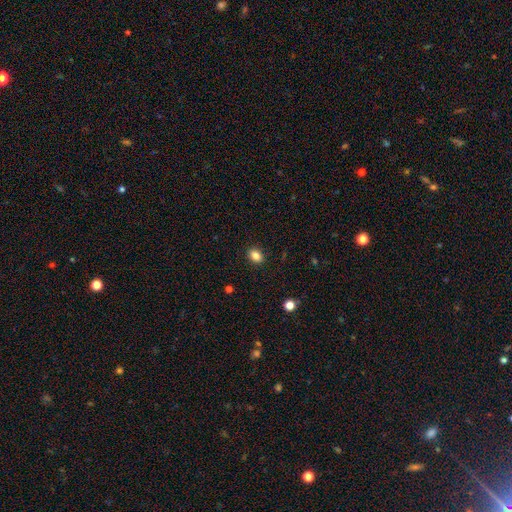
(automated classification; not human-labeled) Smooth or featured? smooth (85%)
How rounded? in between (64%)
Merging? none (89%)